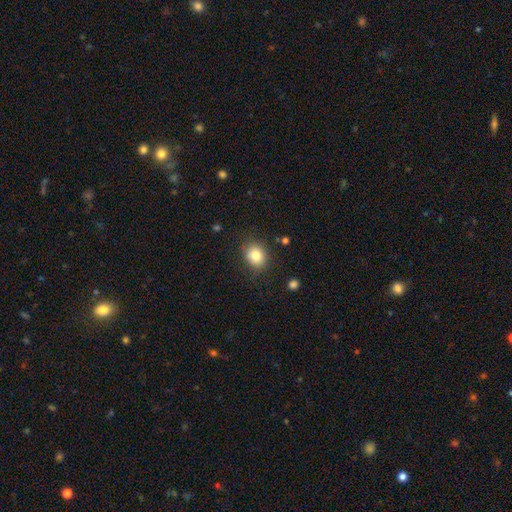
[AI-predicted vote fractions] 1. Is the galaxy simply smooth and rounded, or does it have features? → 82% smooth, 10% star or artifact, 8% featured or disk.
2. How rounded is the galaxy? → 68% round, 32% in between, 1% cigar-shaped.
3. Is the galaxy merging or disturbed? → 84% none, 11% minor disturbance, 3% major disturbance, 2% merger.